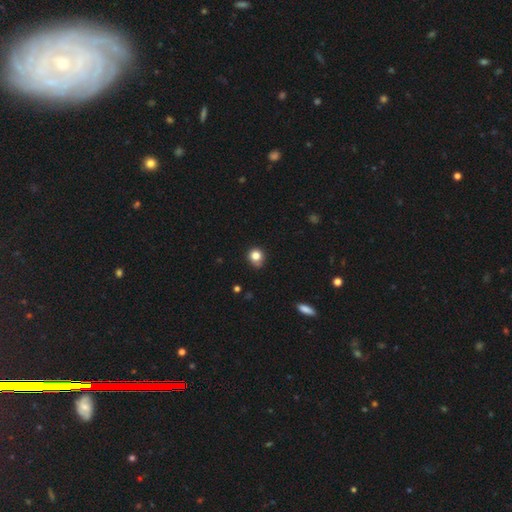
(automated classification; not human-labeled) smooth 82%, star or artifact 12%, featured or disk 6%. Down the decision tree: how rounded — round (83%); merging — none (70%).